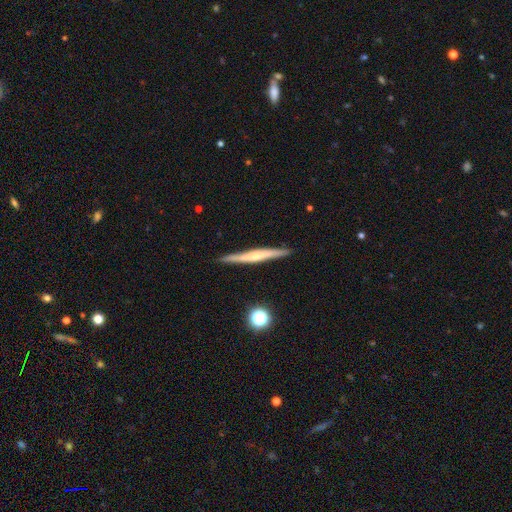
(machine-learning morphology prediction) This appears to be a featured or disk galaxy (67%) viewed edge-on (97%) with a rounded central bulge (63%). Merging: none (90%).